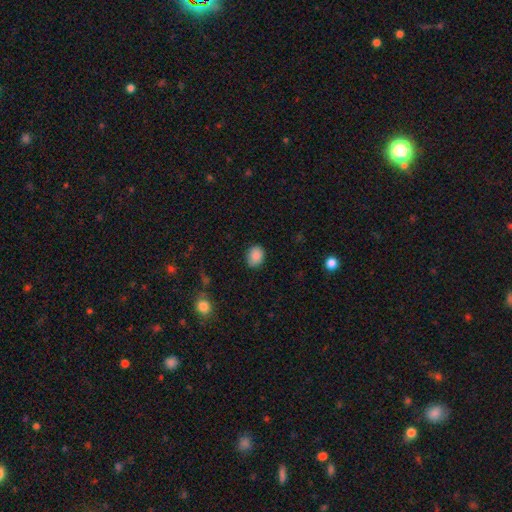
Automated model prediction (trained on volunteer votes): The model was most divided on "how rounded": in between: 60%, round: 40%, cigar-shaped: 1%. More confident: smooth or featured — smooth (87%); merging — none (86%).